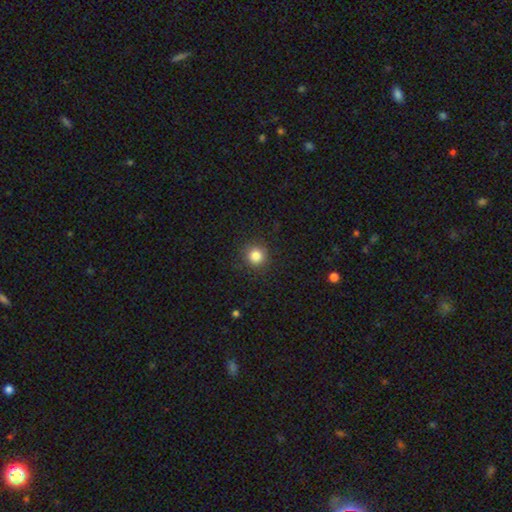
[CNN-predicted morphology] Q: Smooth or featured?
A: smooth (84%); runner-up: star or artifact (12%)
Q: How rounded?
A: round (93%); runner-up: in between (6%)
Q: Merging?
A: none (90%); runner-up: minor disturbance (7%)